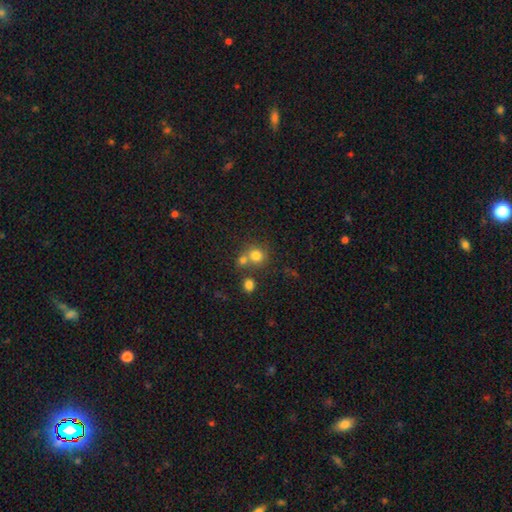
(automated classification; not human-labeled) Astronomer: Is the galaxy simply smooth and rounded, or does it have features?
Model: smooth — 77%.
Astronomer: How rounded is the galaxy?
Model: round — 86%.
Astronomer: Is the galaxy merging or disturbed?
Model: none — 54% (runner-up: merger, 34%).